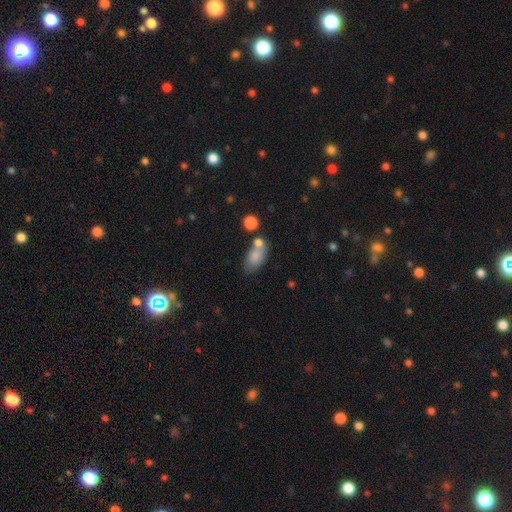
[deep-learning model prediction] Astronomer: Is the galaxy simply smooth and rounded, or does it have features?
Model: smooth — 80%.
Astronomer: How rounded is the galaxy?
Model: in between — 87%.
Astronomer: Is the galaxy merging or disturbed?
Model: none — 49% (runner-up: merger, 26%).